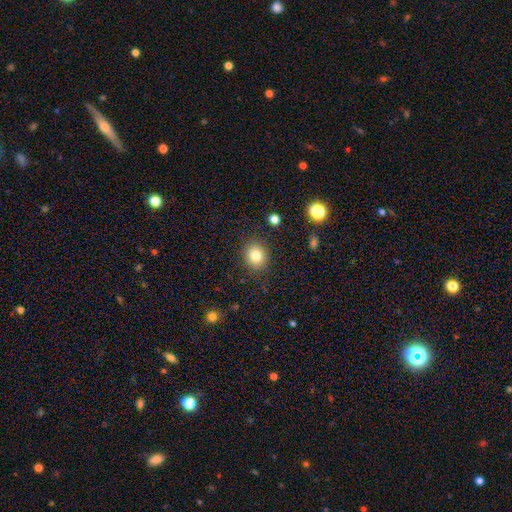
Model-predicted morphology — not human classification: A smooth galaxy with no disk features (81%) that is round (75%). Merging: none (87%).